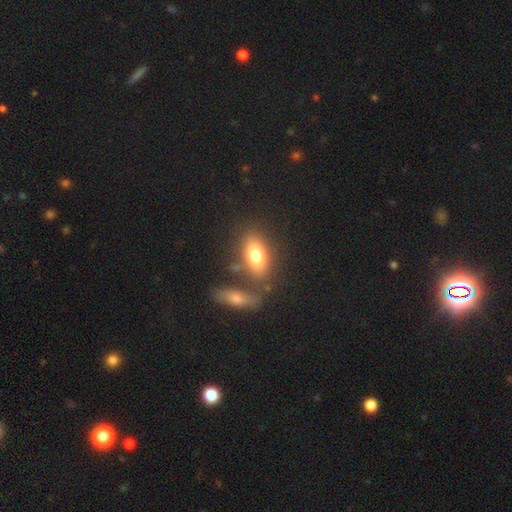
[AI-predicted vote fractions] smooth 74%, featured or disk 18%, star or artifact 8%. Down the decision tree: how rounded — in between (83%); merging — none (65%).